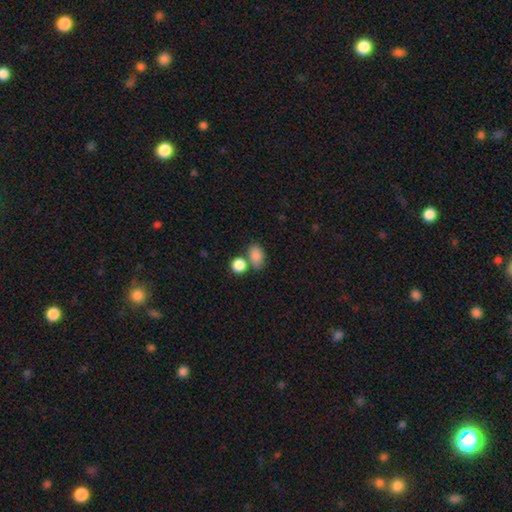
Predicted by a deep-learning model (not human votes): Morphology: type=smooth (85%); roundness=in between (79%); merging=none (53%).